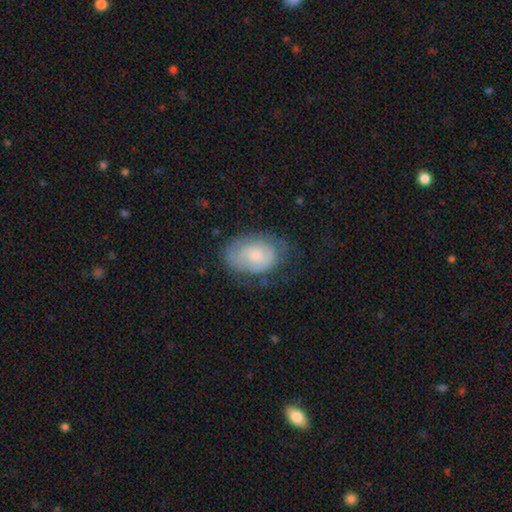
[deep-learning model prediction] This is possibly a smooth galaxy (54%). How rounded: clearly in between (86%). Merging: likely none (60%).